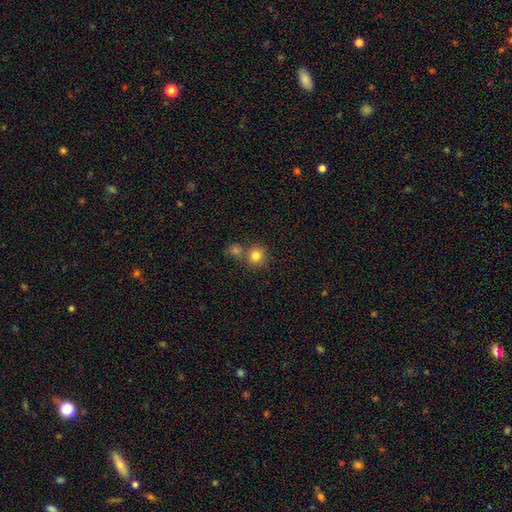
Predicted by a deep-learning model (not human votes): A smooth galaxy with no disk features (82%) that is round (90%). Merging: none (62%).